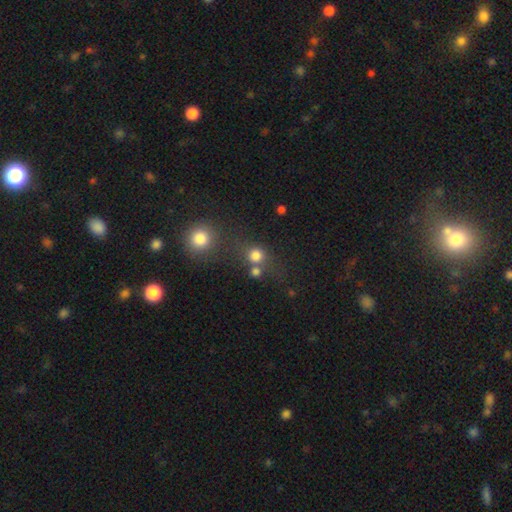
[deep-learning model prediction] Morphology: type=smooth (78%); roundness=round (87%); merging=none (58%).